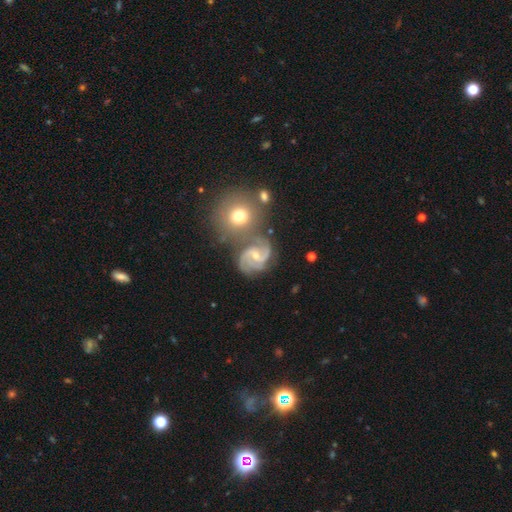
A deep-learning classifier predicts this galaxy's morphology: smooth_or_featured: featured or disk (p=0.90) [alt: star or artifact p=0.05]
disk_edge_on: no (p=0.98) [alt: yes p=0.02]
bar: weak (p=0.47) [alt: no p=0.40]
has_spiral_arms: yes (p=0.98) [alt: no p=0.02]
spiral_winding: medium (p=0.59) [alt: tight p=0.29]
spiral_arm_count: 2 (p=0.40) [alt: 3 p=0.39]
bulge_size: small (p=0.60) [alt: moderate p=0.36]
merging: none (p=0.61) [alt: minor disturbance p=0.17]